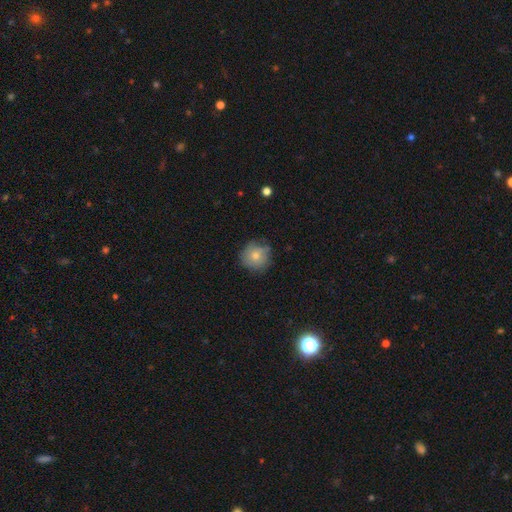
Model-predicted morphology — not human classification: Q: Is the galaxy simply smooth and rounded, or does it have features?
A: smooth — 72%.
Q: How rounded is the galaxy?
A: round — 90%.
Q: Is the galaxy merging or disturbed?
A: none — 71%.